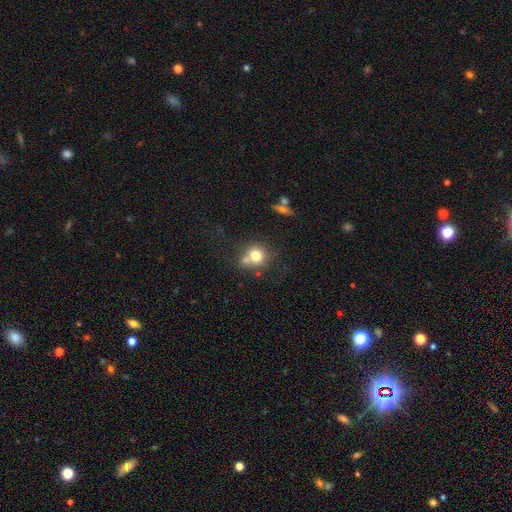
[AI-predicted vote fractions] A smooth galaxy with no disk features (75%) that is round (82%). Merging: none (52%).